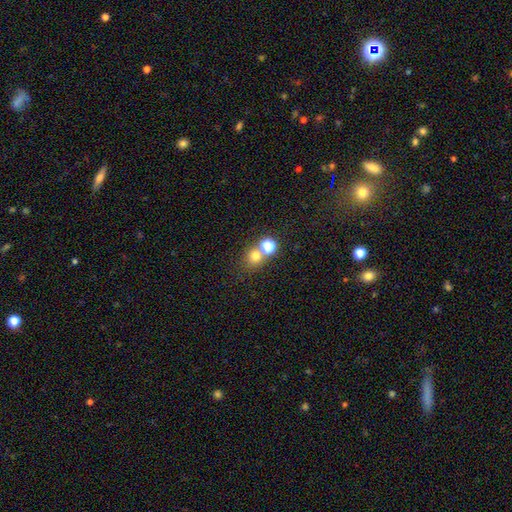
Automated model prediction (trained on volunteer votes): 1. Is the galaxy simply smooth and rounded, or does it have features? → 73% smooth, 18% star or artifact, 9% featured or disk.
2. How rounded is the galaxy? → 84% round, 15% in between, 1% cigar-shaped.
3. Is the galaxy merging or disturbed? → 53% none, 37% merger, 6% minor disturbance, 3% major disturbance.